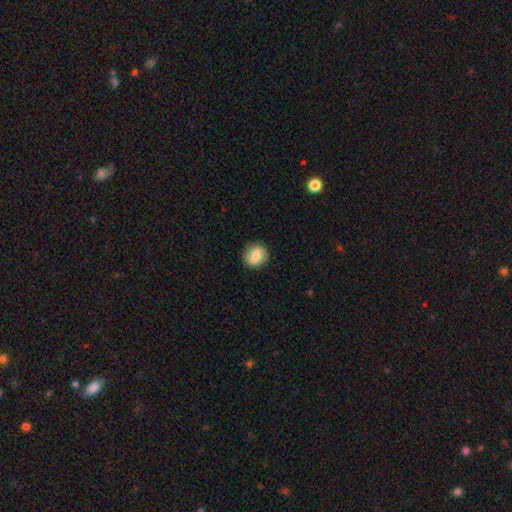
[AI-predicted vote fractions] smooth_or_featured: smooth (p=0.65) [alt: featured or disk p=0.27]
how_rounded: round (p=0.71) [alt: in between p=0.28]
merging: none (p=0.85) [alt: minor disturbance p=0.11]